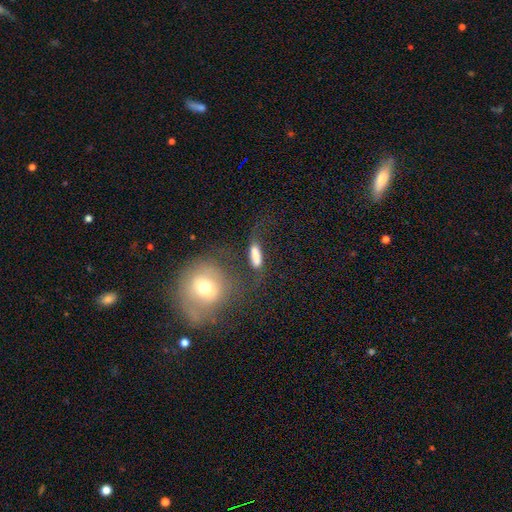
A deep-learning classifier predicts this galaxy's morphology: smooth_or_featured: smooth (p=0.71) [alt: featured or disk p=0.20]
how_rounded: in between (p=0.49) [alt: cigar-shaped p=0.43]
merging: none (p=0.39) [alt: major disturbance p=0.22]